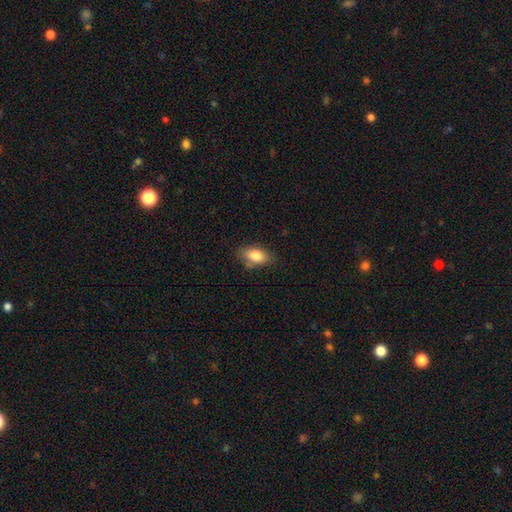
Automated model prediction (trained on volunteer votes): Smooth or featured: smooth — 81% (featured or disk — 11%)
How rounded: in between — 88% (round — 7%)
Merging: none — 74% (minor disturbance — 18%)